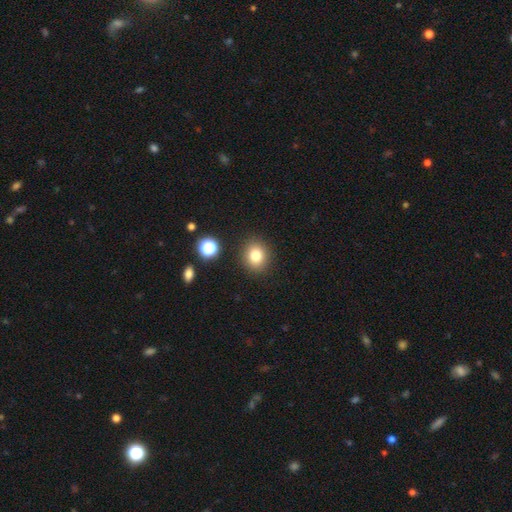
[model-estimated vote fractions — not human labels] A smooth galaxy with no disk features (80%) that is round (76%). Merging: none (87%).